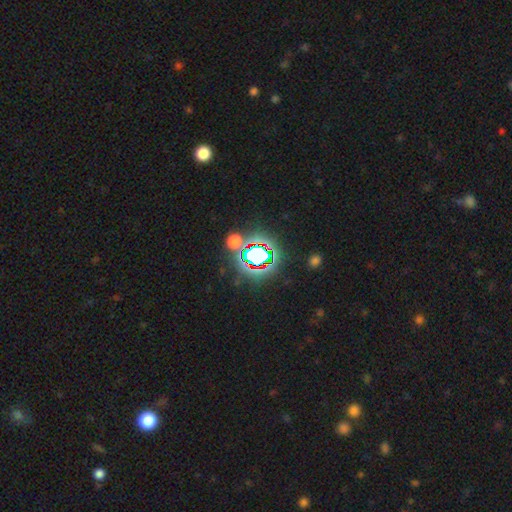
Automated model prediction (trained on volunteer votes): Q: Smooth or featured?
A: star or artifact (68%); runner-up: smooth (20%)